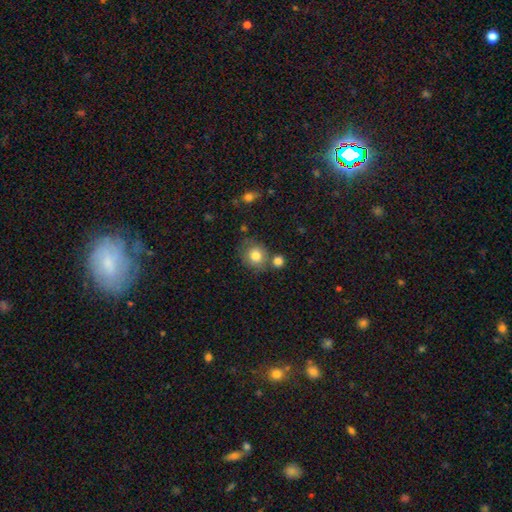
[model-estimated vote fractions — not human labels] This is likely a smooth galaxy (80%). How rounded: likely round (79%). Merging: likely none (65%).